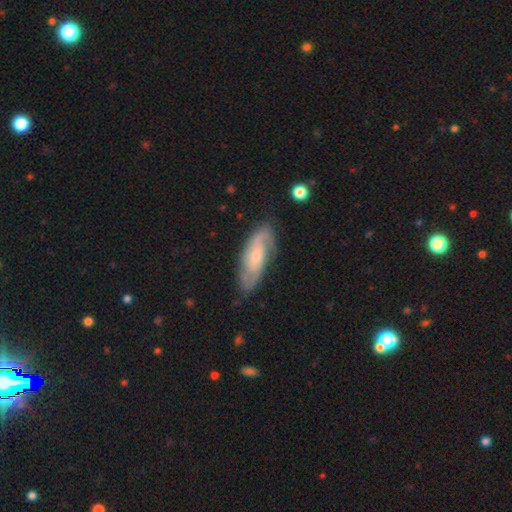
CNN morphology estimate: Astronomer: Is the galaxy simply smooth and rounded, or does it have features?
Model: featured or disk — 75%.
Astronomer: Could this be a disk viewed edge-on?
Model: no — 90%.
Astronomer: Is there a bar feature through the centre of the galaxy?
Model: no — 57% (runner-up: weak, 36%).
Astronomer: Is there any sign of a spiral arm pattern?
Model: yes — 94%.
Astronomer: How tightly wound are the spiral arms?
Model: medium — 45% (runner-up: tight, 38%).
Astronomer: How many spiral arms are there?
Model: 2 — 67%.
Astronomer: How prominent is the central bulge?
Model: small — 55% (runner-up: moderate, 36%).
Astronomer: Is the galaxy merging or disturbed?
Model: none — 76%.